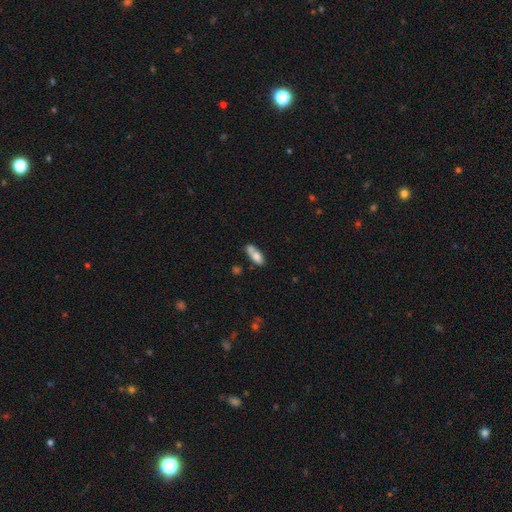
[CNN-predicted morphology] The model was most divided on "merging": none: 41%, merger: 32%, minor disturbance: 20%, major disturbance: 7%. More confident: smooth or featured — smooth (74%); how rounded — in between (70%).